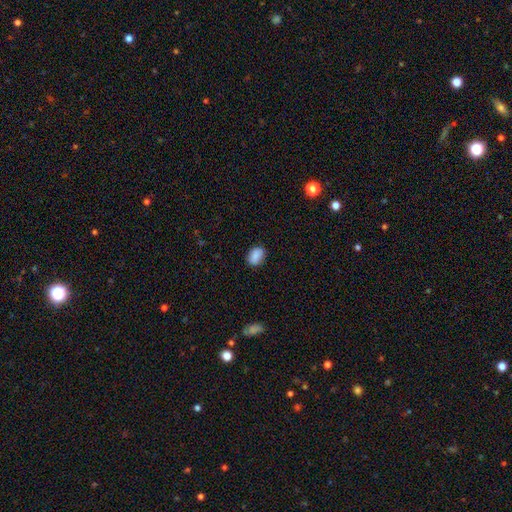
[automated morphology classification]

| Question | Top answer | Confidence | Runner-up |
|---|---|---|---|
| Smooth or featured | smooth | 86% | star or artifact (8%) |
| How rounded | in between | 70% | round (29%) |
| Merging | none | 84% | minor disturbance (12%) |